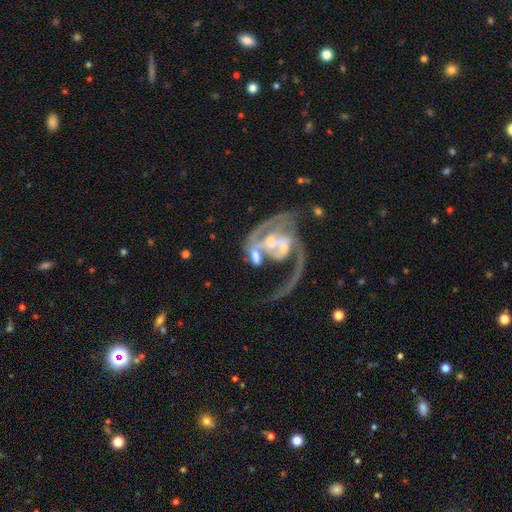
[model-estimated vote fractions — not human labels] featured or disk 76%, smooth 16%, star or artifact 8%. Down the decision tree: edge-on disk — no (97%); bar — no (51%); spiral arms — yes (74%); spiral arm count — 1 (42%); spiral winding — loose (53%); bulge size — moderate (38%); merging — merger (51%).